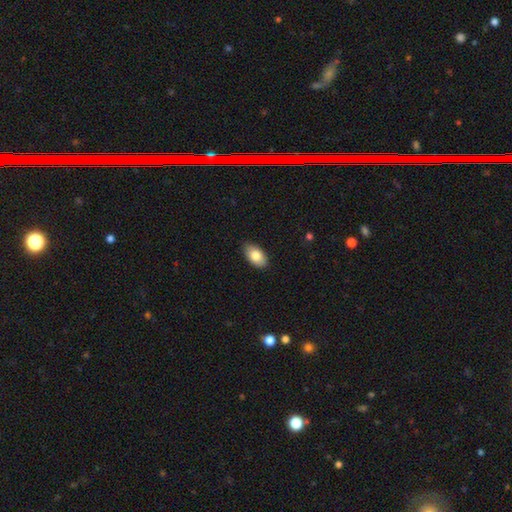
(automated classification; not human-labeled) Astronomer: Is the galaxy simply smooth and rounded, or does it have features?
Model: smooth — 82%.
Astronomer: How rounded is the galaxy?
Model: in between — 94%.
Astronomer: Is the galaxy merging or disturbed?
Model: none — 86%.